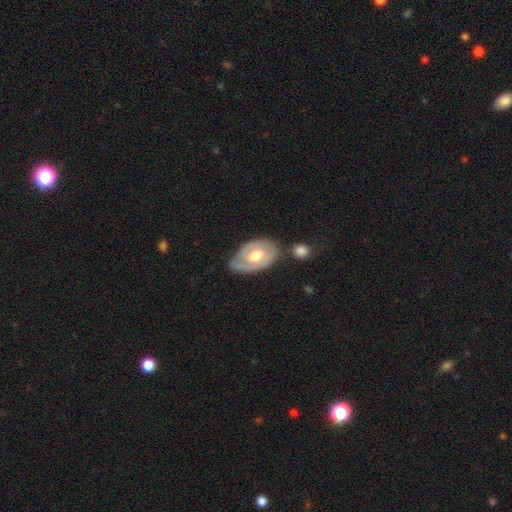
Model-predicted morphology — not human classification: This appears to be a featured or disk galaxy (70%) with no bar (65%), spiral arms (68%) and a moderate central bulge (64%). Merging: none (57%).